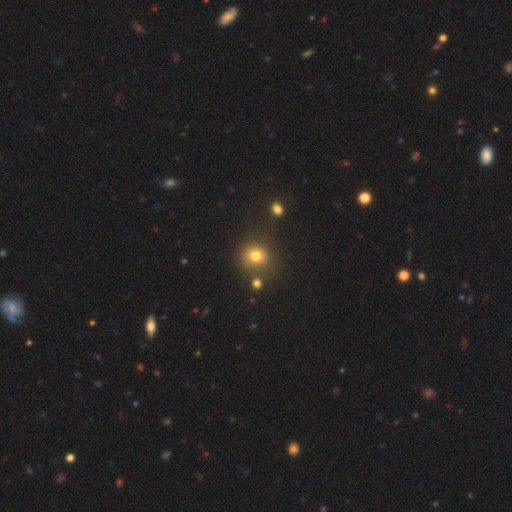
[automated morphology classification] type=smooth (76%); roundness=round (87%); merging=none (78%).